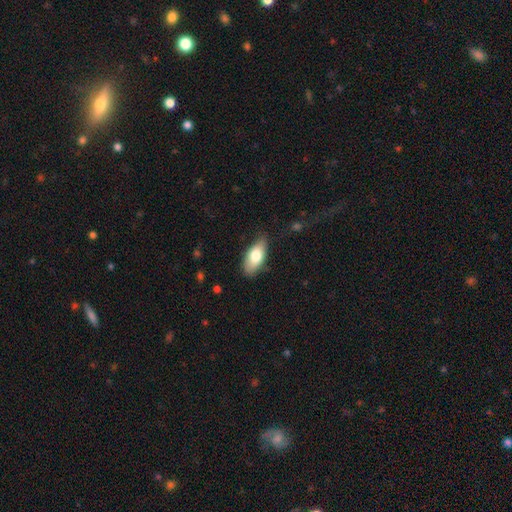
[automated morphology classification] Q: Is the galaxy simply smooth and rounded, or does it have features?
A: smooth — 74%.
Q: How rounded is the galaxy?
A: in between — 88%.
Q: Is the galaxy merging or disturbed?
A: none — 74%.